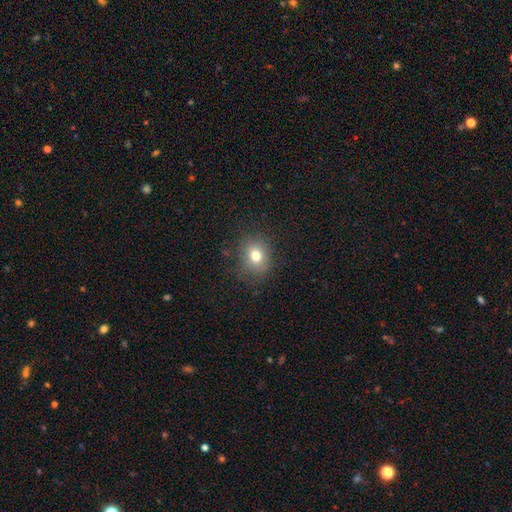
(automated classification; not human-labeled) smooth 75%, star or artifact 14%, featured or disk 11%. Down the decision tree: how rounded — round (68%); merging — none (81%).